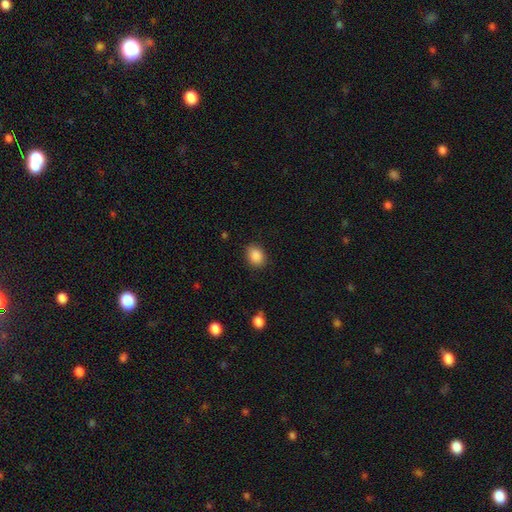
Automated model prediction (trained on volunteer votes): This is clearly a smooth galaxy (88%). How rounded: possibly in between (60%). Merging: clearly none (86%).